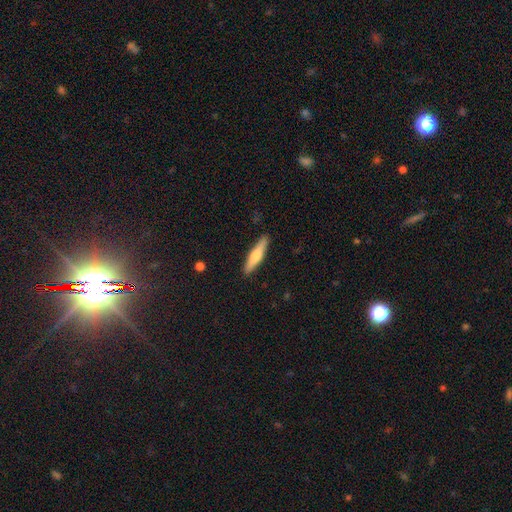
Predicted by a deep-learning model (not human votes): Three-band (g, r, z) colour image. It shows a smooth galaxy with no disk features (57%) that is cigar-shaped (84%). Merging: none (90%).